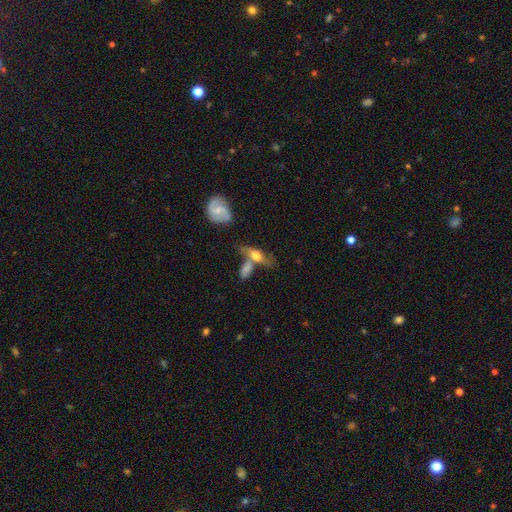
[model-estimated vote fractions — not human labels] smooth-or-featured: featured or disk: 50% | smooth: 41% | star or artifact: 9%
  merging: merger: 41% | none: 35% | minor disturbance: 14% | major disturbance: 10%